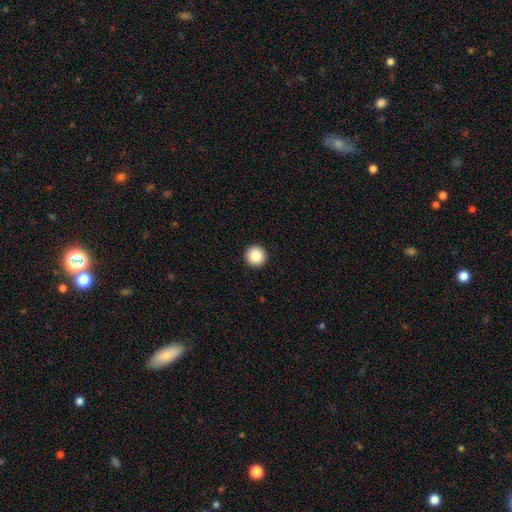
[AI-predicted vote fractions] Smooth or featured: smooth — 85% (star or artifact — 9%)
How rounded: round — 97% (in between — 2%)
Merging: none — 94% (minor disturbance — 4%)